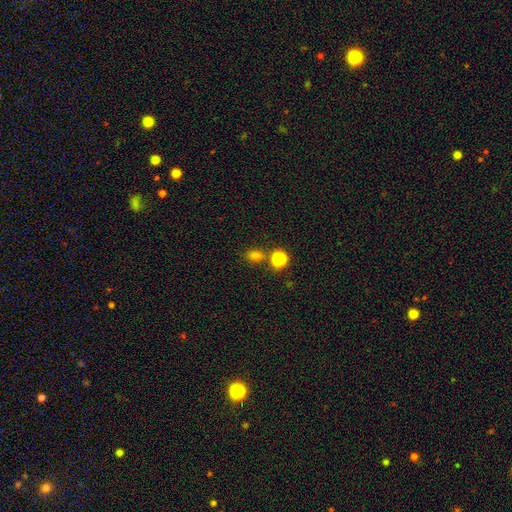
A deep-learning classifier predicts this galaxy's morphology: A smooth galaxy with no disk features (74%) that is round (49%, tied with in between).

Vote fractions:
- Smooth or featured? smooth: 74% / star or artifact: 20% / featured or disk: 6%
- How rounded? round: 49% (tied) / in between: 49% (tied) / cigar-shaped: 1%
- Merging? none: 67% / merger: 18% / minor disturbance: 11% / major disturbance: 4%